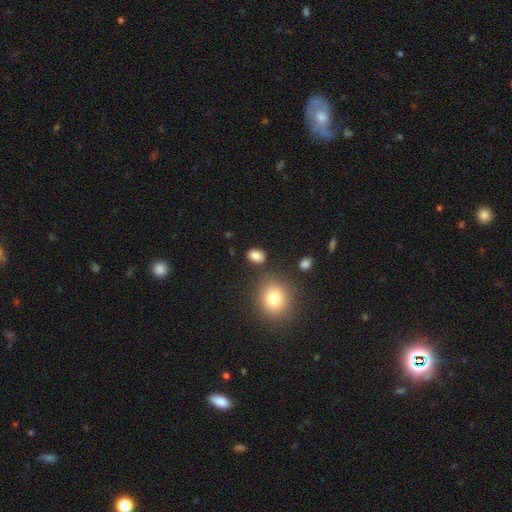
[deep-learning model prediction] Smooth or featured? smooth (83%)
How rounded? in between (66%)
Merging? none (79%)